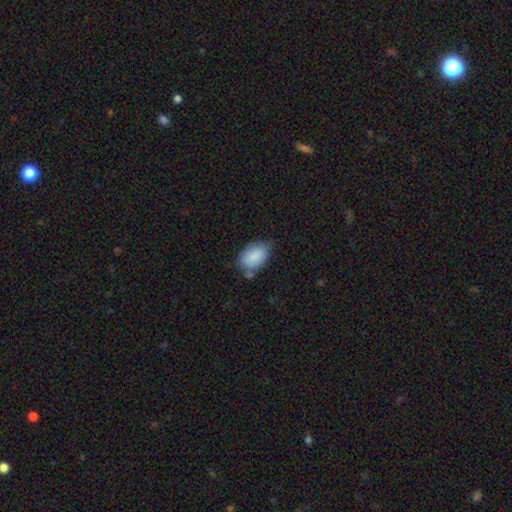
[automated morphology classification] This is clearly a smooth galaxy (85%). How rounded: clearly in between (91%). Merging: possibly none (58%).